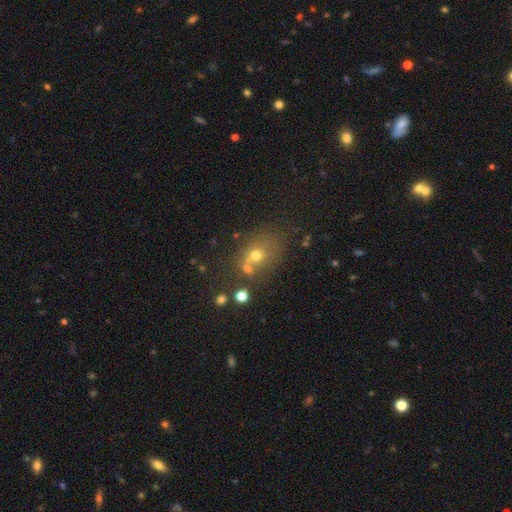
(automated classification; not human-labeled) Smooth or featured: smooth — 61% (star or artifact — 20%)
How rounded: round — 60% (in between — 39%)
Merging: none — 47% (merger — 33%)